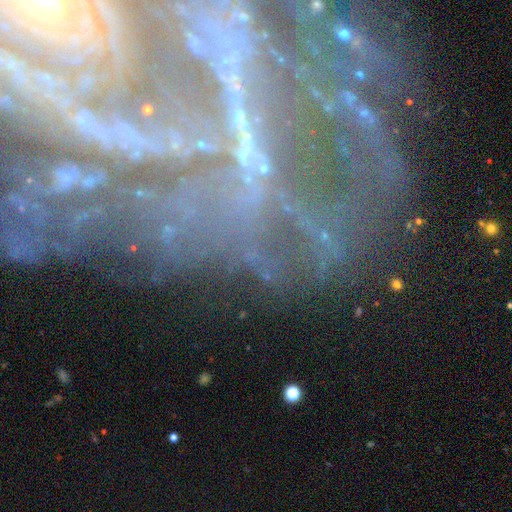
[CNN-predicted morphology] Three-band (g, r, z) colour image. It shows a featured or disk galaxy (63%) with a strong bar (40%), spiral arms (73%) and a small central bulge (46%). Merging: none (58%).